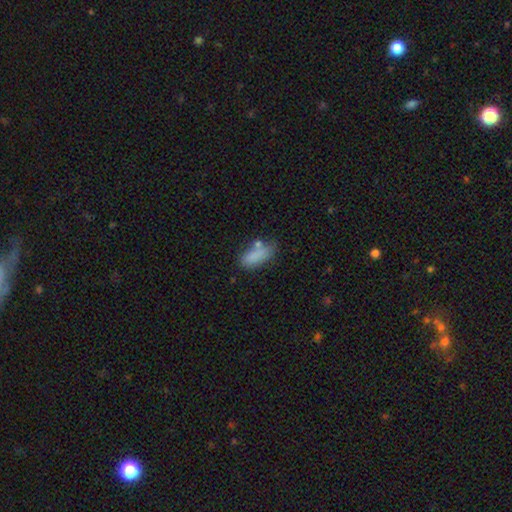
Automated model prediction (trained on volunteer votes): Morphology: type=smooth (82%); roundness=in between (79%); merging=none (56%).